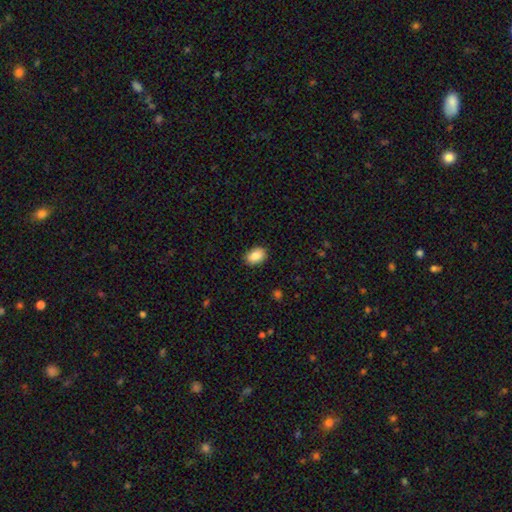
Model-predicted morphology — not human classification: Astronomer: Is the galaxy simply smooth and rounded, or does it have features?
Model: smooth — 88%.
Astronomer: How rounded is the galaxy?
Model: in between — 79%.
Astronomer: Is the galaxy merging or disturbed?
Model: none — 88%.